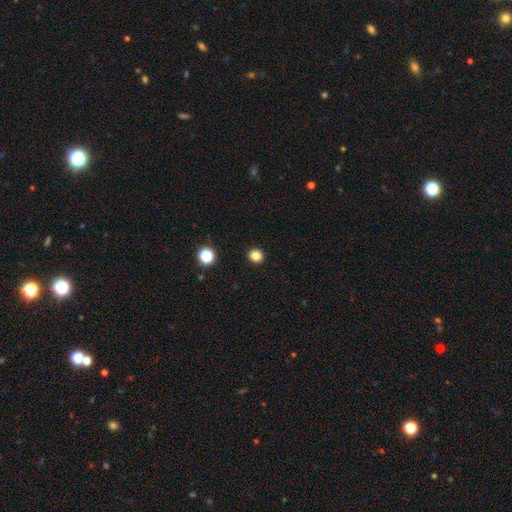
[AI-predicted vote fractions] This is clearly a smooth galaxy (84%). How rounded: clearly round (85%). Merging: clearly none (92%).